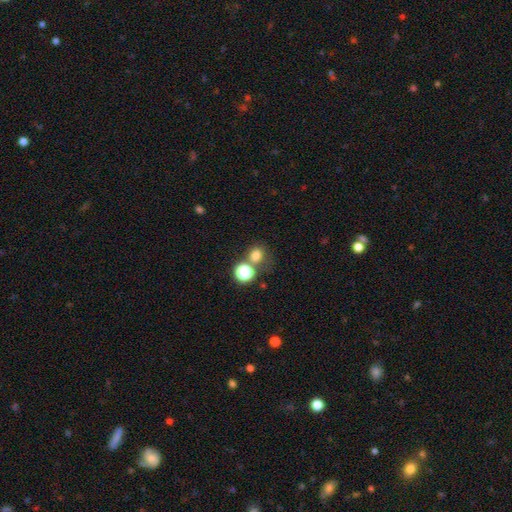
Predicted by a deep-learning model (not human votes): smooth-or-featured: smooth: 74% | star or artifact: 19% | featured or disk: 7%
  how-rounded: round: 71% | in between: 28% | cigar-shaped: 1%
  merging: none: 58% | merger: 25% | minor disturbance: 11% | major disturbance: 6%